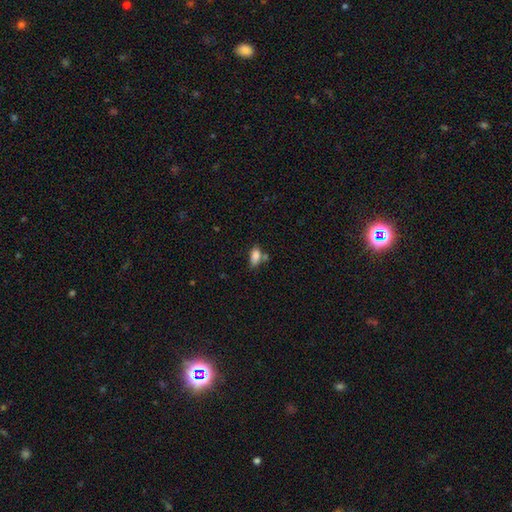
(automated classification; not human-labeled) Smooth or featured: smooth — 84% (star or artifact — 9%)
How rounded: in between — 88% (cigar-shaped — 7%)
Merging: none — 53% (minor disturbance — 22%)